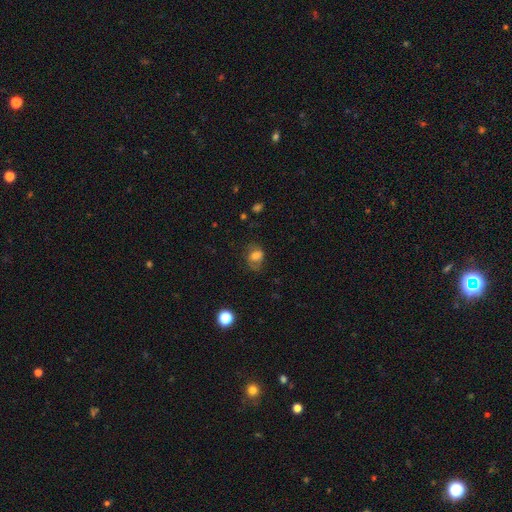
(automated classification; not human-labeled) smooth 67%, featured or disk 21%, star or artifact 12%. Down the decision tree: how rounded — in between (57%); merging — none (56%).